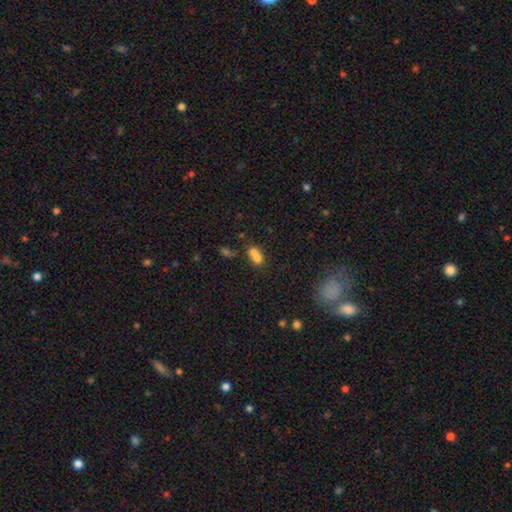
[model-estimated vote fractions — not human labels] smooth 69%, featured or disk 18%, star or artifact 13%. Down the decision tree: how rounded — round (51%); merging — merger (67%).